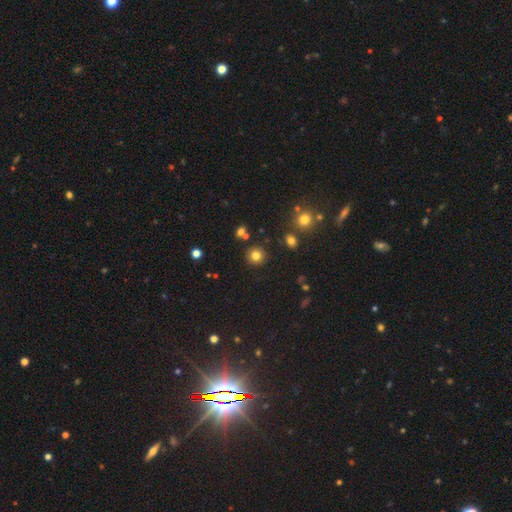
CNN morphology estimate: A smooth galaxy with no disk features (79%) that is round (93%).

Vote fractions:
- Smooth or featured? smooth: 79% / star or artifact: 14% / featured or disk: 7%
- How rounded? round: 93% / in between: 6% / cigar-shaped: 1%
- Merging? none: 87% / minor disturbance: 7% / merger: 4% / major disturbance: 2%